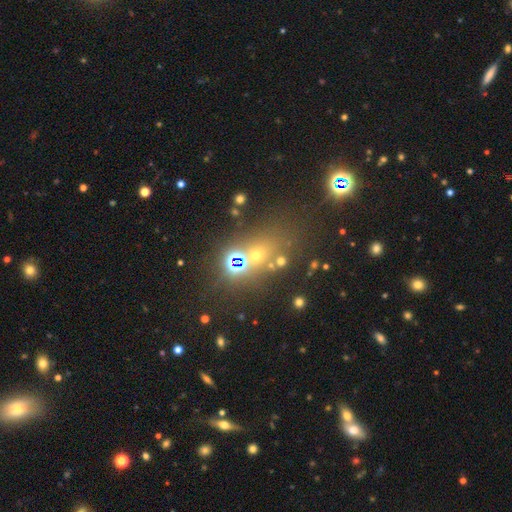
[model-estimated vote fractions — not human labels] Morphology: type=star or artifact (49%).